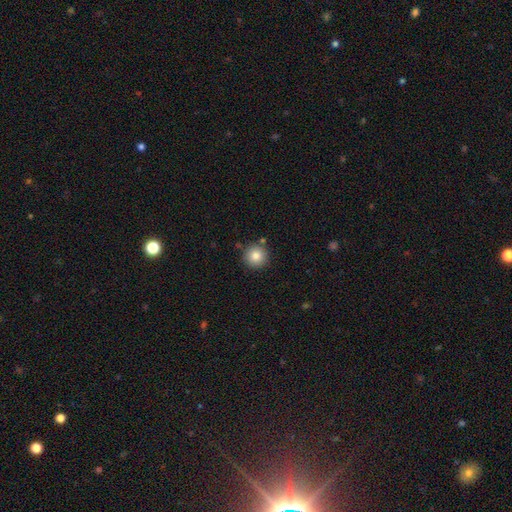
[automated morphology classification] Smooth or featured: smooth — 83% (star or artifact — 10%)
How rounded: round — 95% (in between — 4%)
Merging: none — 85% (minor disturbance — 8%)